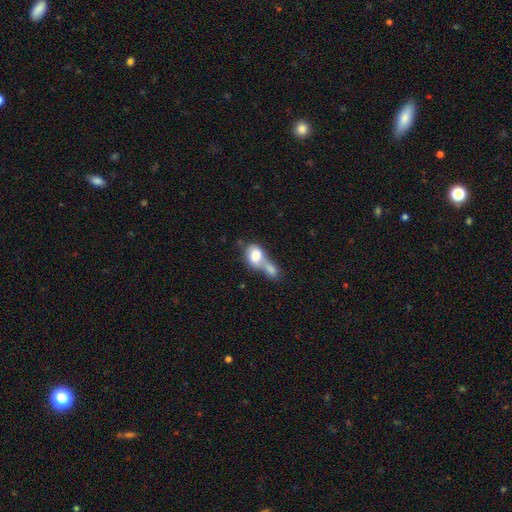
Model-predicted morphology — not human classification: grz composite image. It shows a smooth galaxy with no disk features (76%) that is in between round and cigar-shaped (71%). Merging: merger (75%).